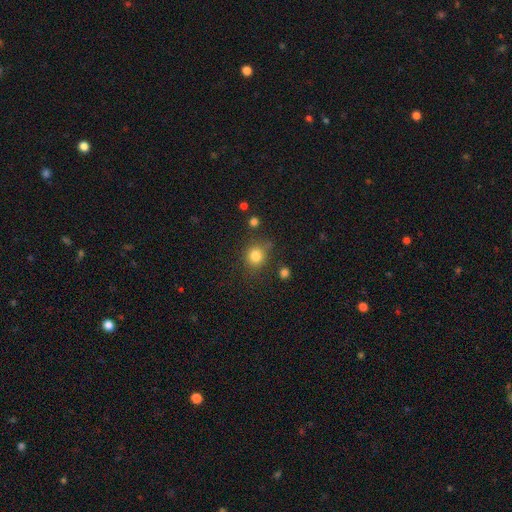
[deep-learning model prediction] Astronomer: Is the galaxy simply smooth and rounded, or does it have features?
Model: smooth — 82%.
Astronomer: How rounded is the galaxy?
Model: round — 82%.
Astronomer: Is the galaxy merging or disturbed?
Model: none — 73%.